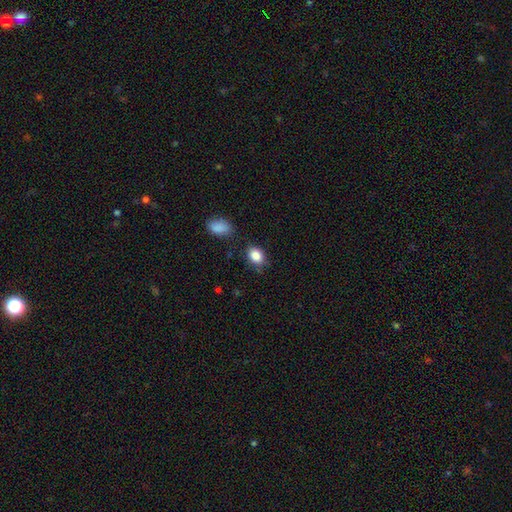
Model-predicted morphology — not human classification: This is clearly a smooth galaxy (86%). How rounded: likely in between (69%). Merging: likely none (77%).